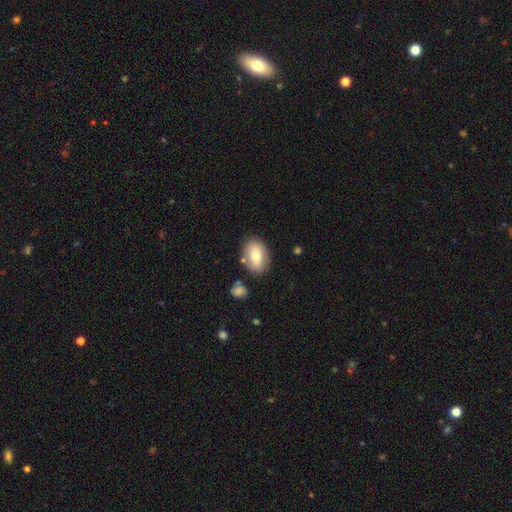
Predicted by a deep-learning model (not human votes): smooth_or_featured: smooth (p=0.69) [alt: featured or disk p=0.23]
how_rounded: in between (p=0.79) [alt: round p=0.20]
merging: none (p=0.77) [alt: minor disturbance p=0.13]